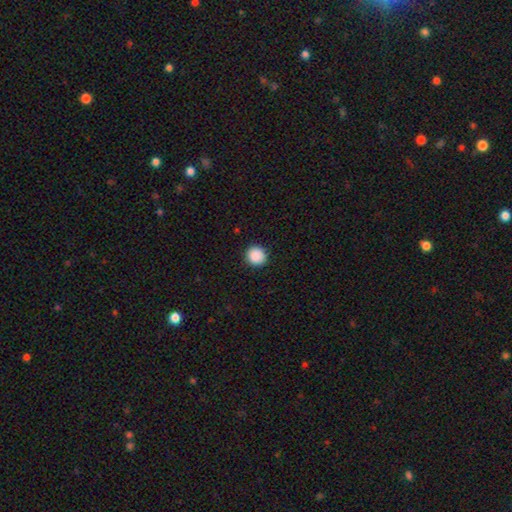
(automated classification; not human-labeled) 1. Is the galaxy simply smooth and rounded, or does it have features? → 89% smooth, 9% star or artifact, 2% featured or disk.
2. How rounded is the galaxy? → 93% round, 6% in between, 1% cigar-shaped.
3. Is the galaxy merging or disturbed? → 91% none, 6% minor disturbance, 2% major disturbance, 1% merger.